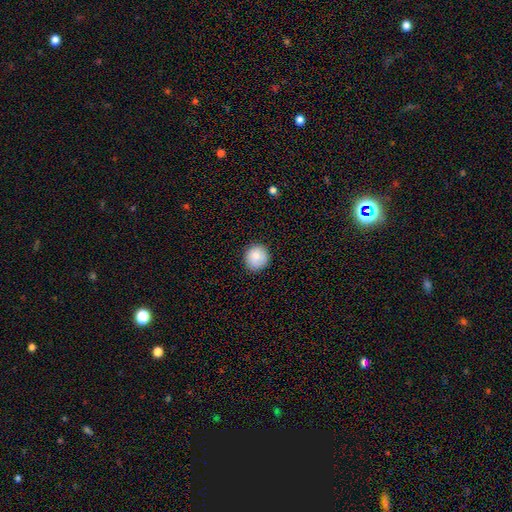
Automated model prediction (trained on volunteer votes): smooth_or_featured: smooth (p=0.81) [alt: featured or disk p=0.10]
how_rounded: round (p=0.90) [alt: in between p=0.09]
merging: none (p=0.88) [alt: minor disturbance p=0.09]